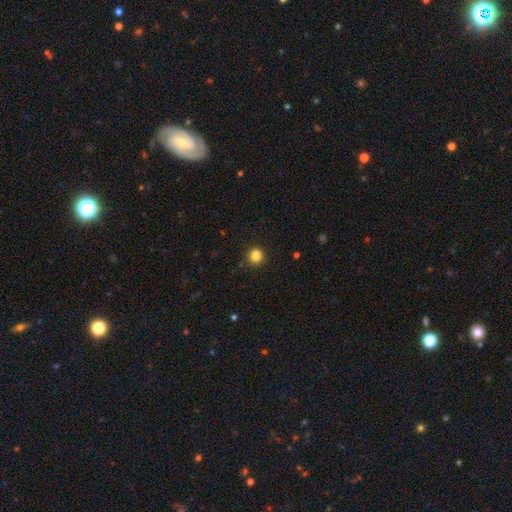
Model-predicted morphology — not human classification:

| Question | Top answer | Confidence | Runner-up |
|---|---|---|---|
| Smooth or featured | smooth | 85% | star or artifact (11%) |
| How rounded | round | 82% | in between (17%) |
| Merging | none | 88% | minor disturbance (9%) |